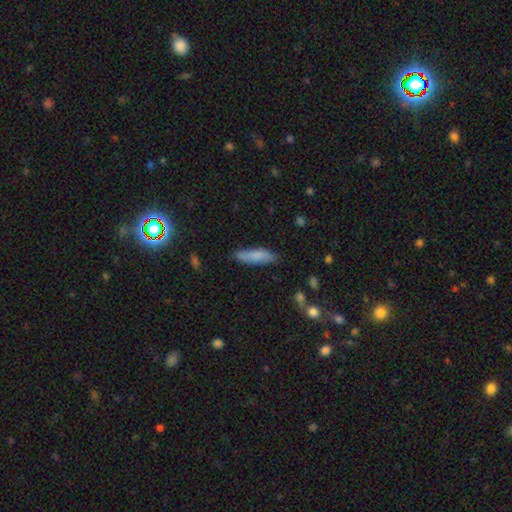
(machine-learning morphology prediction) smooth_or_featured: smooth (p=0.80) [alt: featured or disk p=0.13]
how_rounded: cigar-shaped (p=0.69) [alt: in between p=0.29]
merging: none (p=0.81) [alt: minor disturbance p=0.14]